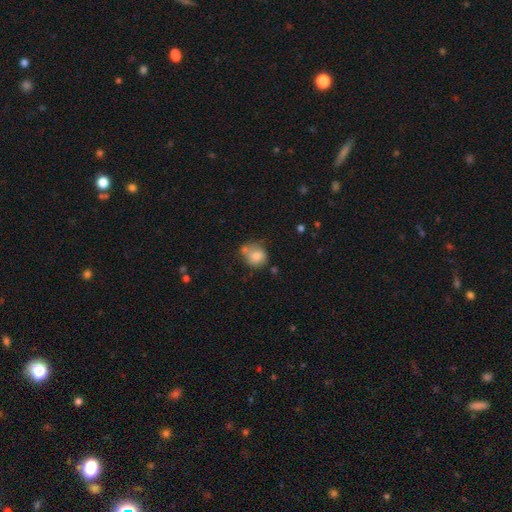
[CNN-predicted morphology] smooth_or_featured: smooth (p=0.78) [alt: featured or disk p=0.13]
how_rounded: round (p=0.68) [alt: in between p=0.31]
merging: none (p=0.44) [alt: minor disturbance p=0.25]